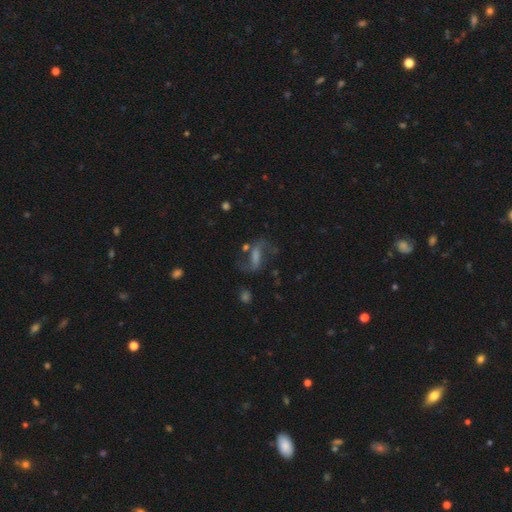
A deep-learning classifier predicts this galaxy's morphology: smooth-or-featured: featured or disk: 69% | smooth: 16% | star or artifact: 15%
  disk-edge-on: no: 91% | yes: 9%
    bar: strong: 47% | weak: 36% | no: 17%
    has-spiral-arms: yes: 89% | no: 11%
      spiral-winding: loose: 62% | medium: 30% | tight: 8%
      spiral-arm-count: 2: 88% | can't tell: 5% | 1: 4% | 3: 1% | 4: 1% | more than 4: 1%
    bulge-size: none: 39% | small: 26% | moderate: 23% | large: 10% | dominant: 2%
  merging: none: 63% | major disturbance: 16% | minor disturbance: 16% | merger: 5%